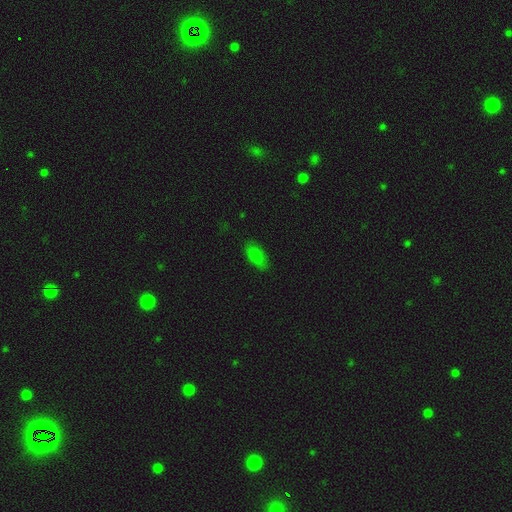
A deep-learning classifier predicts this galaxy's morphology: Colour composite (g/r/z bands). It shows a smooth galaxy with no disk features (82%) that is in between round and cigar-shaped (90%). Merging: none (82%).